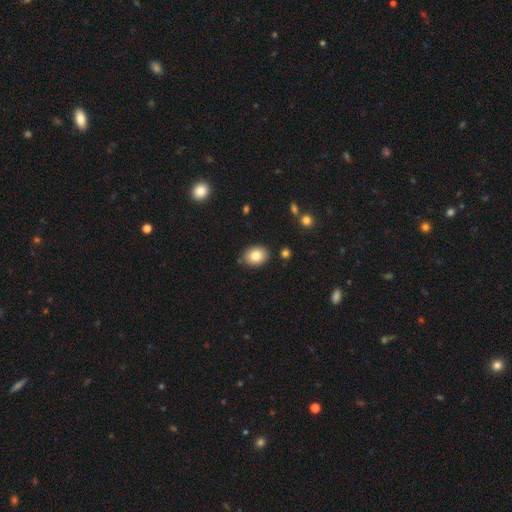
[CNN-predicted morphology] Smooth or featured: smooth — 81% (featured or disk — 10%)
How rounded: in between — 61% (round — 38%)
Merging: none — 85% (minor disturbance — 10%)